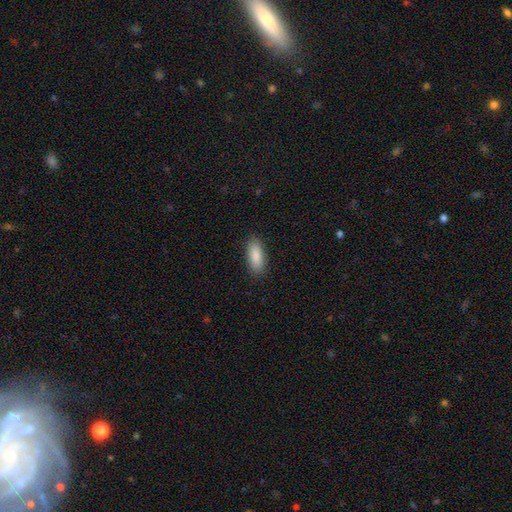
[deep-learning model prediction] Smooth or featured? Predicted: smooth (p=0.89). How rounded? Predicted: in between (p=0.78). Merging? Predicted: none (p=0.88).